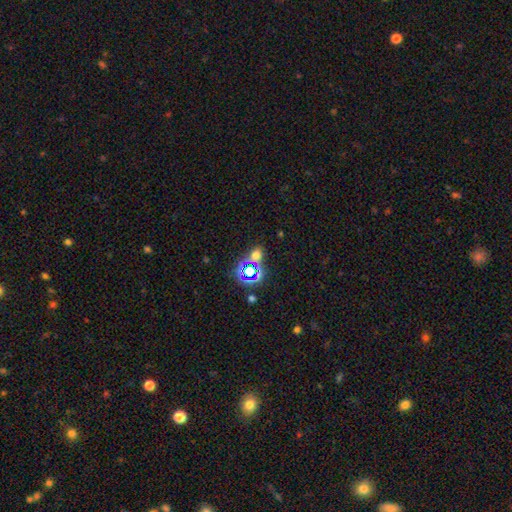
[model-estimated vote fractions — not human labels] smooth_or_featured: smooth (p=0.50) [alt: star or artifact p=0.41]
merging: none (p=0.65) [alt: merger p=0.19]